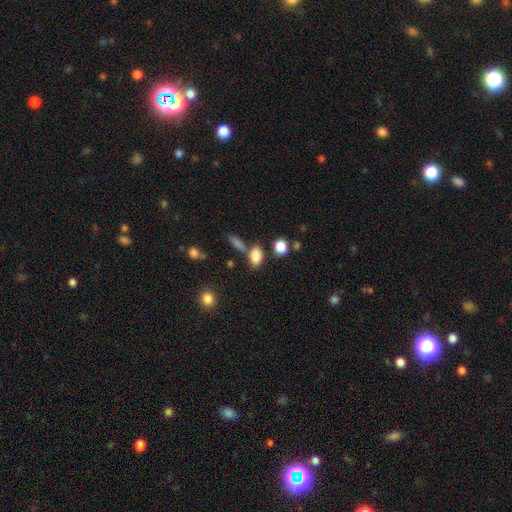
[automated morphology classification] The model was most divided on "merging": none: 63%, merger: 20%, minor disturbance: 12%, major disturbance: 5%. More confident: how rounded — in between (85%); smooth or featured — smooth (84%).